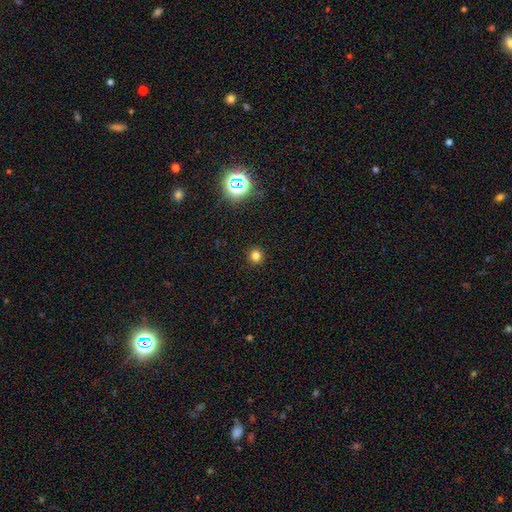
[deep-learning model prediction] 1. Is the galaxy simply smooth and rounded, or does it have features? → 79% smooth, 16% star or artifact, 5% featured or disk.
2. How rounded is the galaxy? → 93% round, 6% in between, 1% cigar-shaped.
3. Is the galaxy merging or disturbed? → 92% none, 5% minor disturbance, 2% major disturbance, 1% merger.